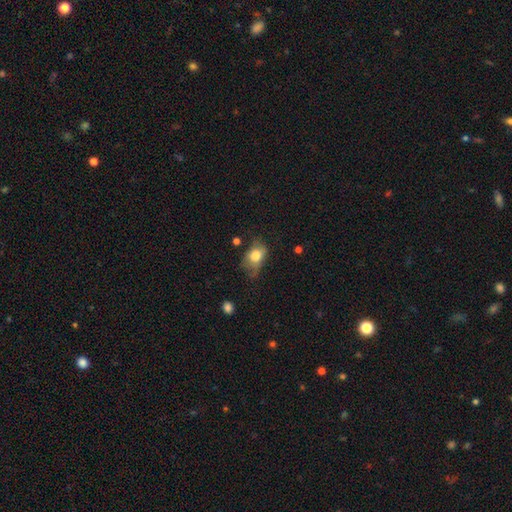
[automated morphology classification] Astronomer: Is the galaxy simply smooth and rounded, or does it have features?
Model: smooth — 74%.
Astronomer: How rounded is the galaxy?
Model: in between — 74%.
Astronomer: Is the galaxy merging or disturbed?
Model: none — 38% (runner-up: minor disturbance, 35%).